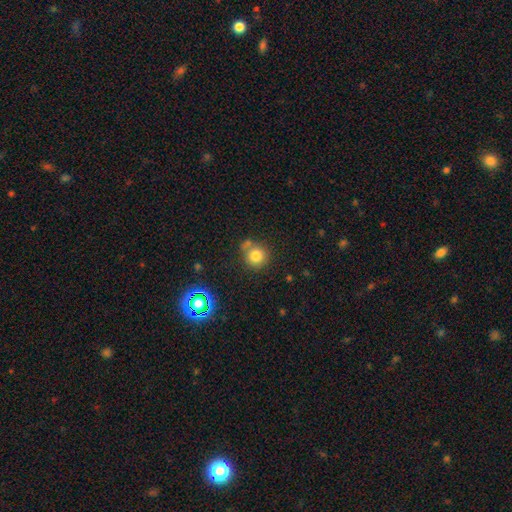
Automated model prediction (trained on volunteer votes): Smooth or featured? Predicted: smooth (p=0.79). How rounded? Predicted: round (p=0.91). Merging? Predicted: none (p=0.66).